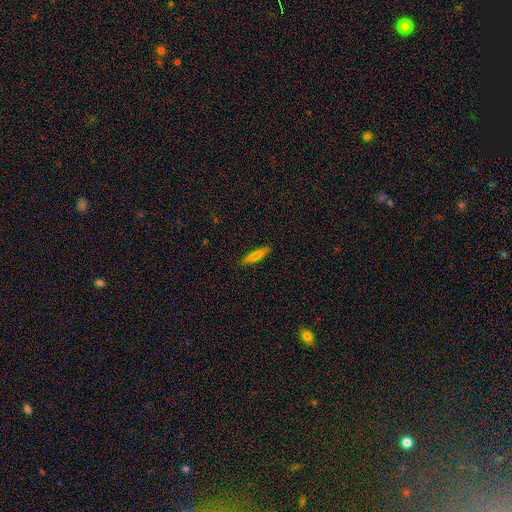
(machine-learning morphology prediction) smooth_or_featured: smooth (p=0.70) [alt: featured or disk p=0.23]
how_rounded: cigar-shaped (p=0.86) [alt: in between p=0.12]
merging: none (p=0.89) [alt: minor disturbance p=0.08]